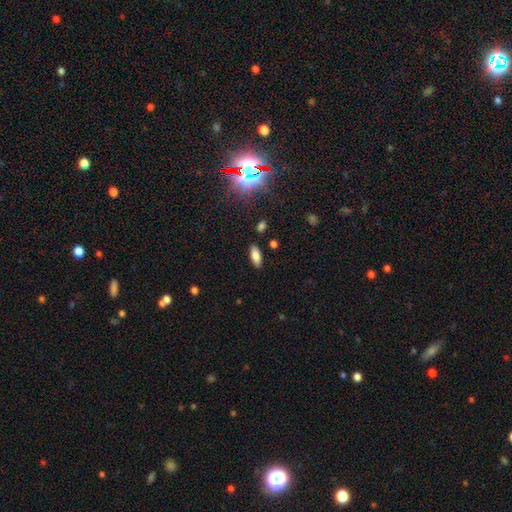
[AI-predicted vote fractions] smooth-or-featured: smooth: 78% | featured or disk: 12% | star or artifact: 10%
  how-rounded: in between: 79% | cigar-shaped: 19% | round: 2%
  merging: none: 87% | minor disturbance: 9% | major disturbance: 2% | merger: 2%